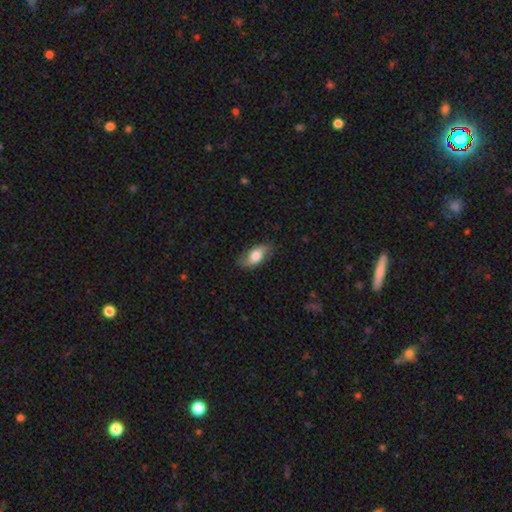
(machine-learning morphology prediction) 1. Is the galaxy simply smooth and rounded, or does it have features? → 65% smooth, 29% featured or disk, 6% star or artifact.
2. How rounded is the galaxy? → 88% in between, 7% cigar-shaped, 4% round.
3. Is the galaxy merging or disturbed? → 79% none, 16% minor disturbance, 4% major disturbance, 1% merger.